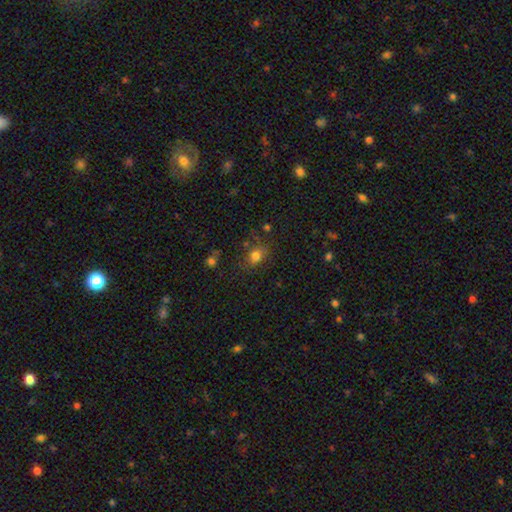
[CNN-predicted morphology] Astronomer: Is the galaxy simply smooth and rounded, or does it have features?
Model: smooth — 77%.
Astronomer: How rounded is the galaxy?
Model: round — 50% (runner-up: in between, 49%).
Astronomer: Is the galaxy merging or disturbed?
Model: none — 68%.